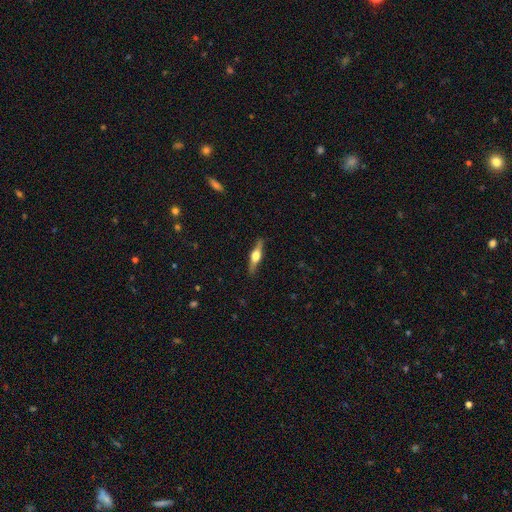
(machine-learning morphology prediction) Smooth or featured? Predicted: featured or disk (p=0.68). Edge-on disk? Predicted: yes (p=0.97). Edge-on bulge? Predicted: rounded (p=0.94). Merging? Predicted: none (p=0.89).